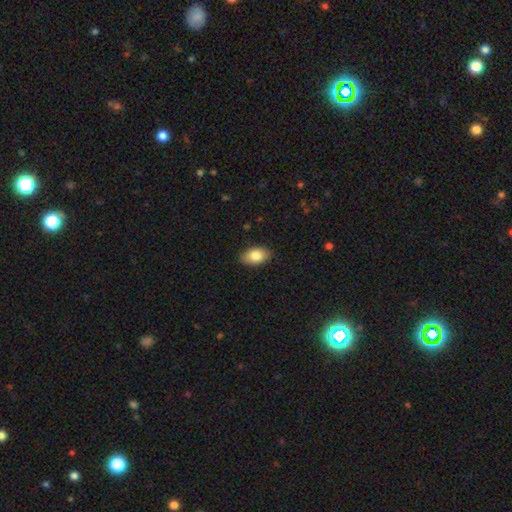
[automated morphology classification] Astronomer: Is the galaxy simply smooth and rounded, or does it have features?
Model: smooth — 83%.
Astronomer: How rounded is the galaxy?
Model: in between — 90%.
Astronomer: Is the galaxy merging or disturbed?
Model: none — 87%.